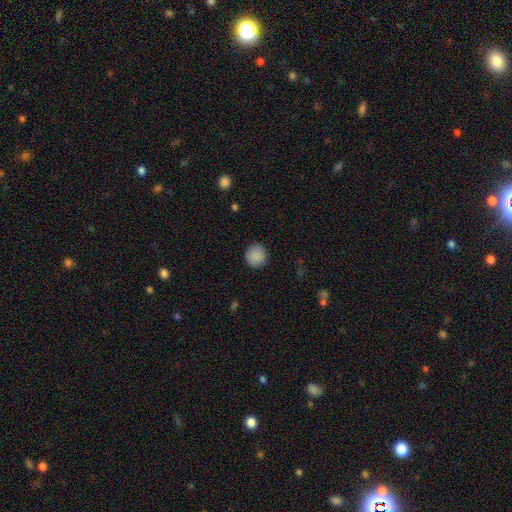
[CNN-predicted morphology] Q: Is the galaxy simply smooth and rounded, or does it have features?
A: smooth — 89%.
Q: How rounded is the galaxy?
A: round — 90%.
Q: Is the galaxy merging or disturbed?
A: none — 90%.